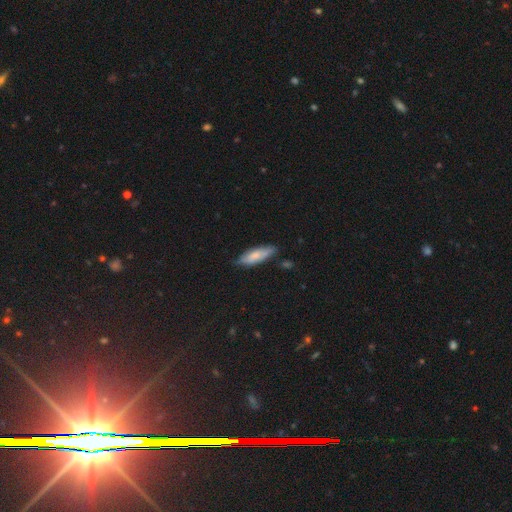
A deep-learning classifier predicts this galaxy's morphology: smooth-or-featured: smooth: 71% | featured or disk: 23% | star or artifact: 6%
  how-rounded: in between: 53% | cigar-shaped: 45% | round: 2%
  merging: none: 70% | minor disturbance: 24% | major disturbance: 4% | merger: 2%